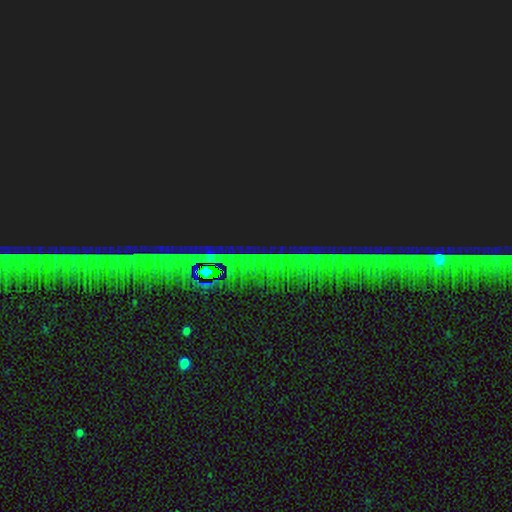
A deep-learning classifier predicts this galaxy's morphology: Smooth or featured: star or artifact — 84% (featured or disk — 9%)